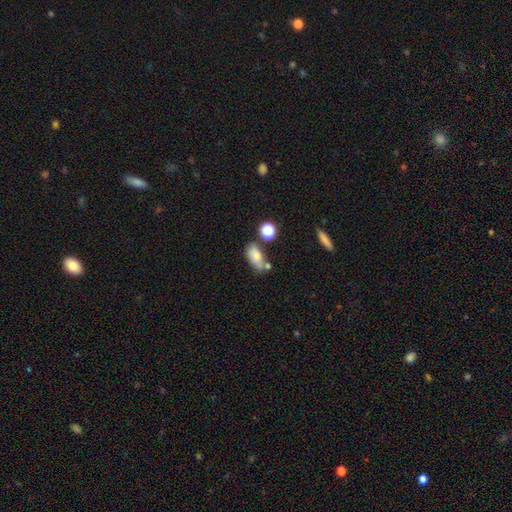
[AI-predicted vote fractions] A smooth galaxy with no disk features (76%) that is in between round and cigar-shaped (85%).

Vote fractions:
- Smooth or featured? smooth: 76% / featured or disk: 14% / star or artifact: 10%
- How rounded? in between: 85% / round: 8% / cigar-shaped: 7%
- Merging? none: 53% / minor disturbance: 22% / merger: 18% / major disturbance: 7%